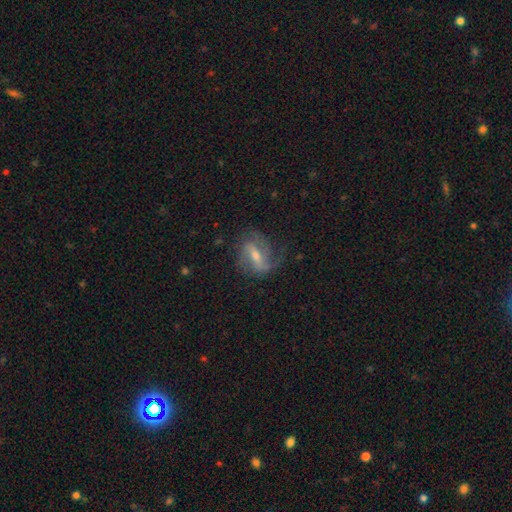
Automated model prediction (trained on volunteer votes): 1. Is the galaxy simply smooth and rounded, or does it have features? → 74% featured or disk, 18% smooth, 8% star or artifact.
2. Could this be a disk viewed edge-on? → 92% no, 8% yes.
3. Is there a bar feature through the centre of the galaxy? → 45% strong, 39% weak, 15% no.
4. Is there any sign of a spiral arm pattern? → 87% yes, 13% no.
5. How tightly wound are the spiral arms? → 42% loose, 39% medium, 18% tight.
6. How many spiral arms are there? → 62% 2, 14% 1, 14% can't tell, 7% 3, 2% 4, 2% more than 4.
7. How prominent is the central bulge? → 50% moderate, 41% small, 4% none, 4% large, 1% dominant.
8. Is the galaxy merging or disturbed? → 59% none, 22% minor disturbance, 17% major disturbance, 2% merger.